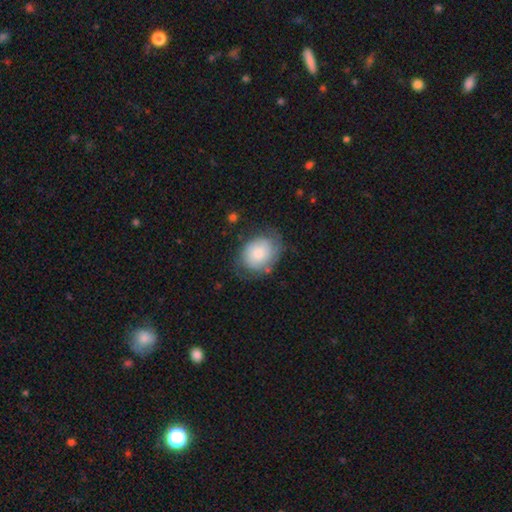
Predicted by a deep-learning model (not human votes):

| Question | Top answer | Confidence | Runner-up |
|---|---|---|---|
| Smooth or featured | smooth | 54% | featured or disk (39%) |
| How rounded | in between | 54% | round (45%) |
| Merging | none | 60% | minor disturbance (26%) |